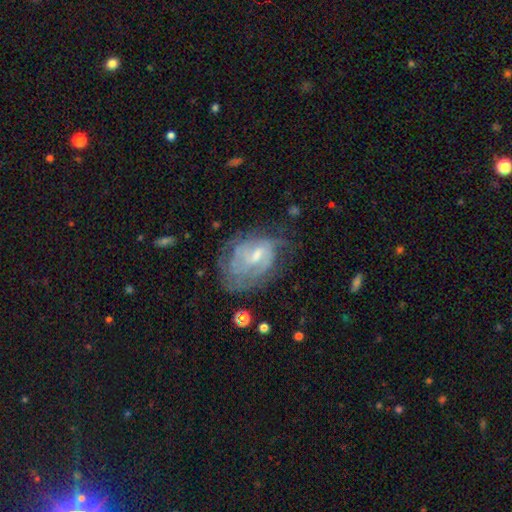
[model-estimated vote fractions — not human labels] A featured or disk galaxy (72%) with a weak bar (52%), tight (50%) spiral arms (74%) and a small central bulge (42%).

Vote fractions:
- Smooth or featured? featured or disk: 72% / smooth: 20% / star or artifact: 8%
- Edge-on disk? no: 97% / yes: 3%
- Bar? weak: 52% / no: 35% / strong: 13%
- Spiral arms? yes: 74% / no: 26%
- Spiral winding? tight: 50% / medium: 34% / loose: 16%
- Spiral arm count? can't tell: 51% / 2: 22% / 3: 11% / 1: 7% / 4: 5% / more than 4: 3%
- Bulge size? small: 42% / moderate: 38% / none: 16% / large: 4% / dominant: 1%
- Merging? none: 45% / major disturbance: 26% / minor disturbance: 26% / merger: 3%